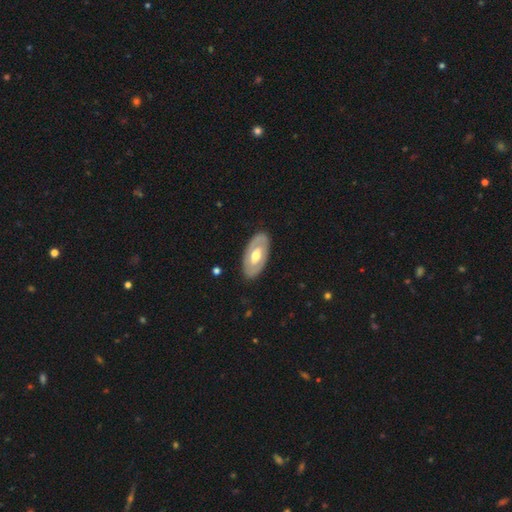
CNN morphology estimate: Overall: featured or disk (62%; smooth 34%). Edge-on disk: no (88%). Bar: no (60%; weak 29%). Spiral arms: no (70%). Bulge size: moderate (71%). Merging: none (85%).